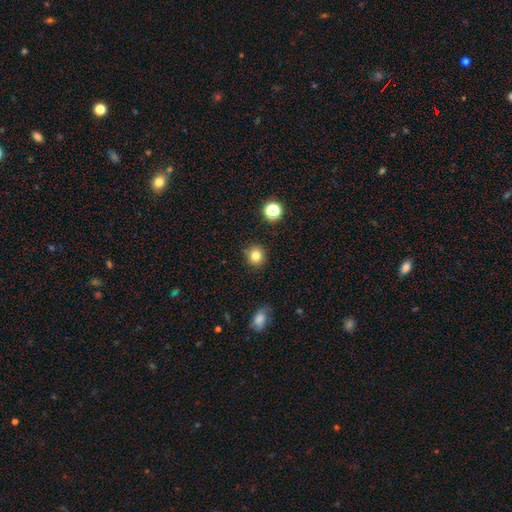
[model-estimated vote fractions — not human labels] A smooth galaxy with no disk features (81%) that is round (89%). Merging: none (88%).